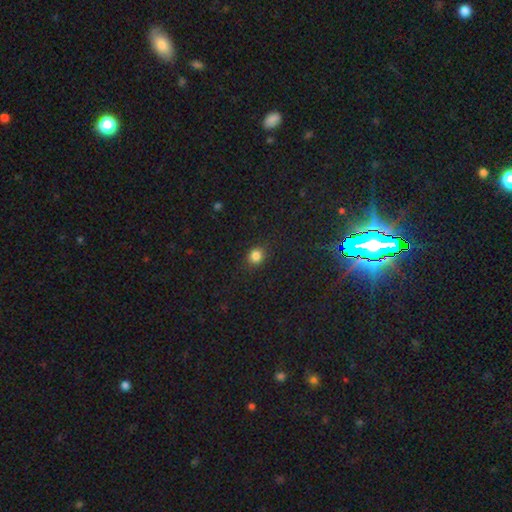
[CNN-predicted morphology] Smooth or featured?
  - smooth: 84% *
  - star or artifact: 12%
  - featured or disk: 4%
How rounded?
  - round: 79% *
  - in between: 20%
  - cigar-shaped: 1%
Merging?
  - none: 88% *
  - minor disturbance: 8%
  - major disturbance: 2%
  - merger: 1%